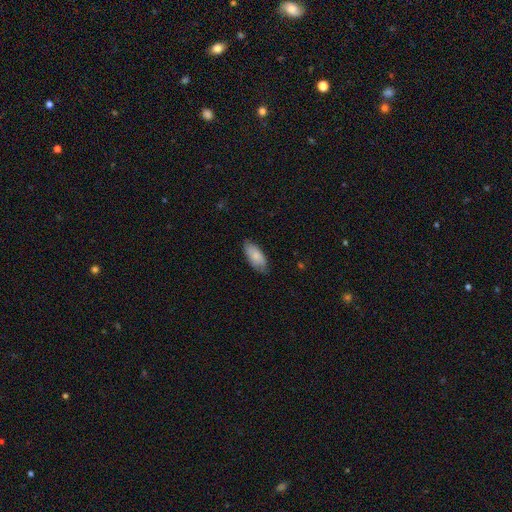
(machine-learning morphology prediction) smooth_or_featured: smooth (p=0.77) [alt: featured or disk p=0.17]
how_rounded: in between (p=0.87) [alt: cigar-shaped p=0.11]
merging: none (p=0.76) [alt: minor disturbance p=0.20]